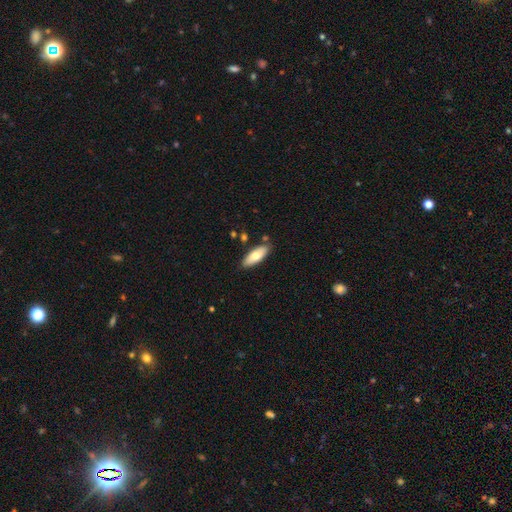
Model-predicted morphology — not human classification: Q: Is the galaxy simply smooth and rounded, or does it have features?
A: smooth — 73%.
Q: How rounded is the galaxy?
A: in between — 71%.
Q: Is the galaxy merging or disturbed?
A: none — 84%.